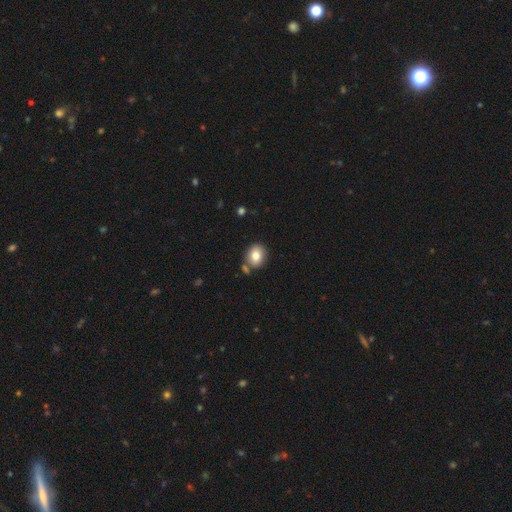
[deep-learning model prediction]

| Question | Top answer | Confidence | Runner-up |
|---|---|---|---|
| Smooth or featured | smooth | 81% | featured or disk (10%) |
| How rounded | in between | 50% | round (49%) |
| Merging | none | 70% | merger (13%) |